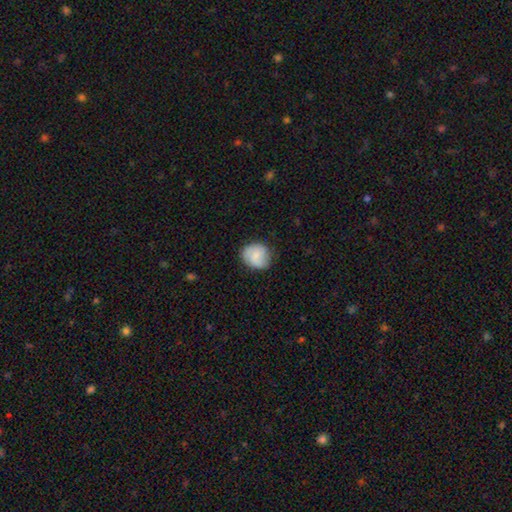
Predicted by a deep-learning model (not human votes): Smooth or featured? smooth (76%)
How rounded? round (76%)
Merging? none (75%)